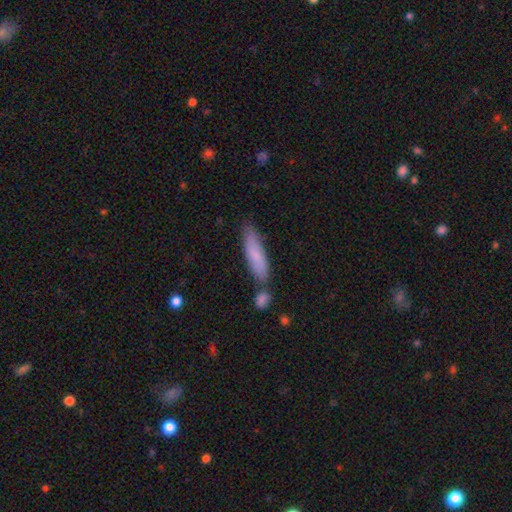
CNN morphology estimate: Smooth or featured? Predicted: smooth (p=0.78). How rounded? Predicted: cigar-shaped (p=0.74). Merging? Predicted: none (p=0.68).